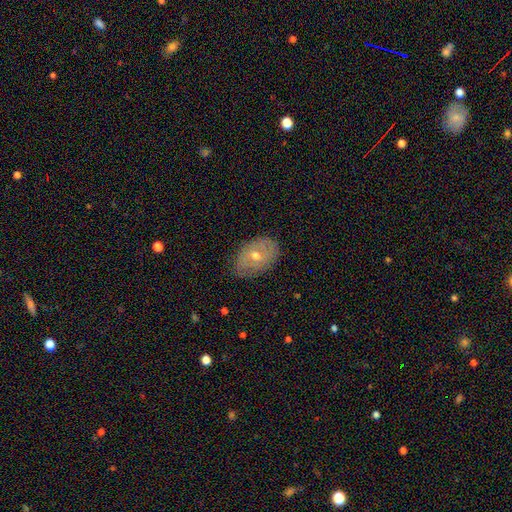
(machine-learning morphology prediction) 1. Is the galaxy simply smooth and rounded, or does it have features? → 47% featured or disk, 43% smooth, 10% star or artifact.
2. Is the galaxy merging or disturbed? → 75% none, 20% minor disturbance, 4% major disturbance, 1% merger.